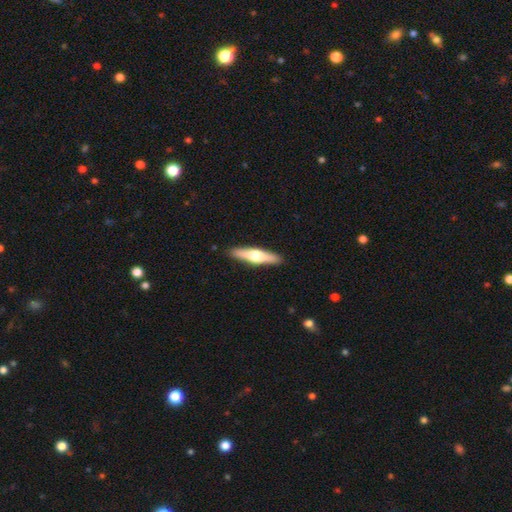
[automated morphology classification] The model was most divided on "smooth or featured": featured or disk: 51%, smooth: 44%, star or artifact: 5%. More confident: edge-on disk — yes (94%); merging — none (90%).